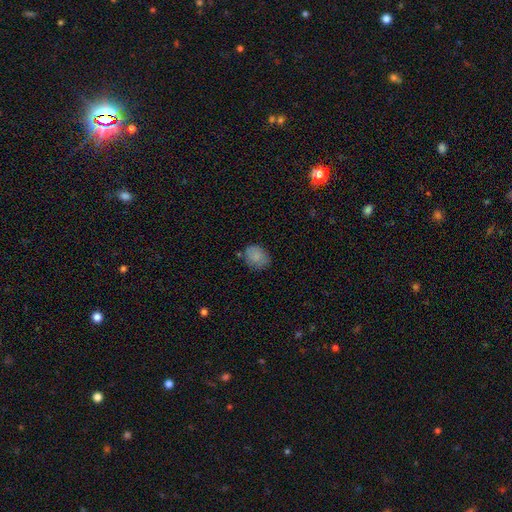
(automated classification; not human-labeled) Smooth or featured? Predicted: smooth (p=0.82). How rounded? Predicted: in between (p=0.53). Merging? Predicted: none (p=0.69).